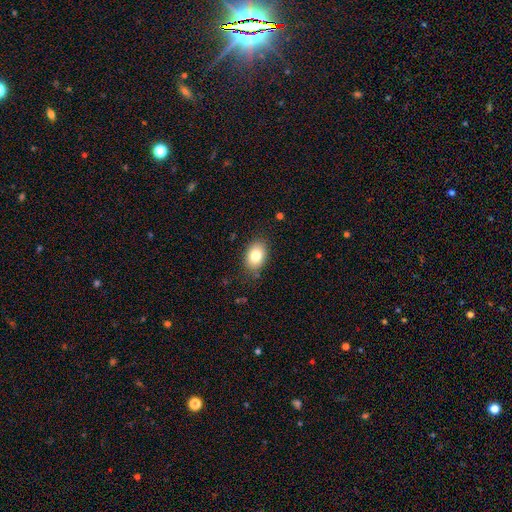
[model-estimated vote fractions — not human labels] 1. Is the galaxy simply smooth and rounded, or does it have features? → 81% smooth, 10% featured or disk, 9% star or artifact.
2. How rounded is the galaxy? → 80% in between, 19% round, 1% cigar-shaped.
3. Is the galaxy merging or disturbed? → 83% none, 12% minor disturbance, 3% major disturbance, 1% merger.